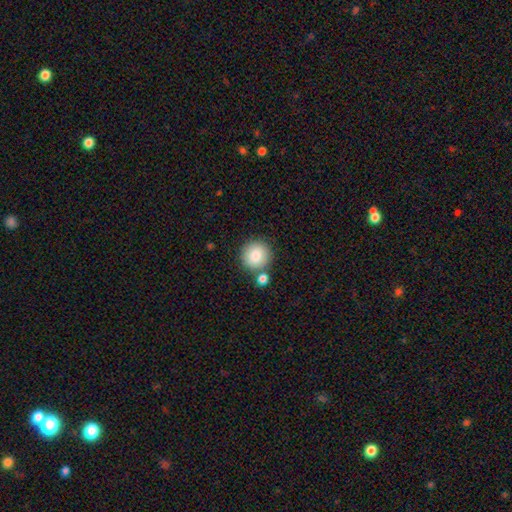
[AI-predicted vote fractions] Smooth or featured? smooth (85%)
How rounded? round (93%)
Merging? none (75%)